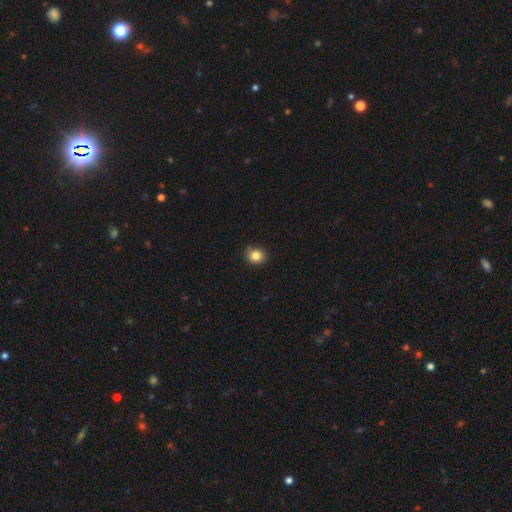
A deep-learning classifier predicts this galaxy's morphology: This is clearly a smooth galaxy (84%). How rounded: likely round (75%). Merging: clearly none (86%).